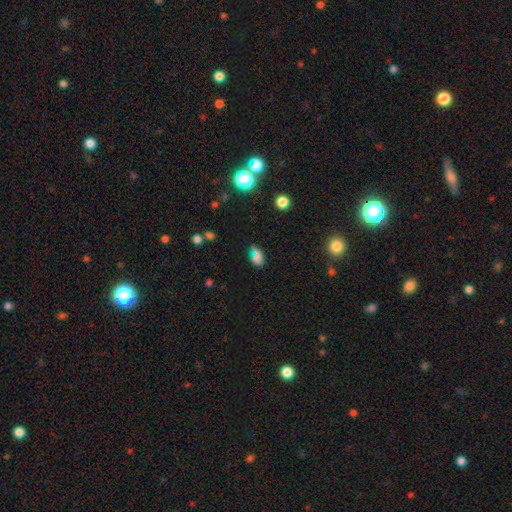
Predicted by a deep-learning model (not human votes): Smooth or featured? Predicted: smooth (p=0.62). How rounded? Predicted: in between (p=0.81). Merging? Predicted: none (p=0.62).